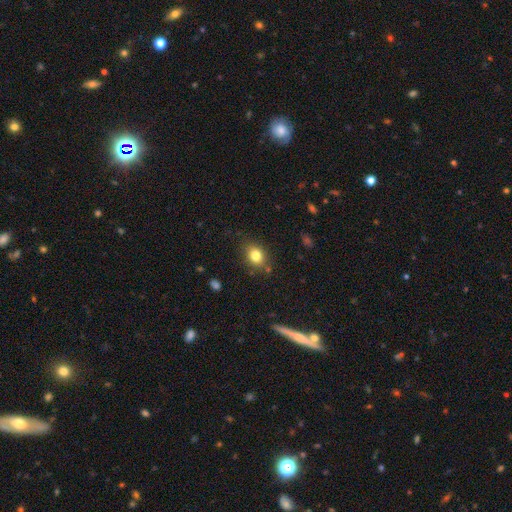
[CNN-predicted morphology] Smooth or featured: smooth — 81% (star or artifact — 11%)
How rounded: in between — 52% (round — 47%)
Merging: none — 81% (minor disturbance — 13%)